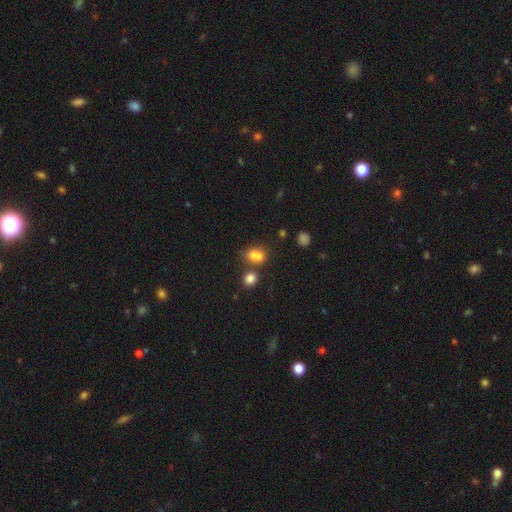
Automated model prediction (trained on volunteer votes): A smooth galaxy with no disk features (72%) that is round (55%).

Vote fractions:
- Smooth or featured? smooth: 72% / star or artifact: 15% / featured or disk: 13%
- How rounded? round: 55% / in between: 44% / cigar-shaped: 2%
- Merging? merger: 53% / none: 34% / minor disturbance: 9% / major disturbance: 4%